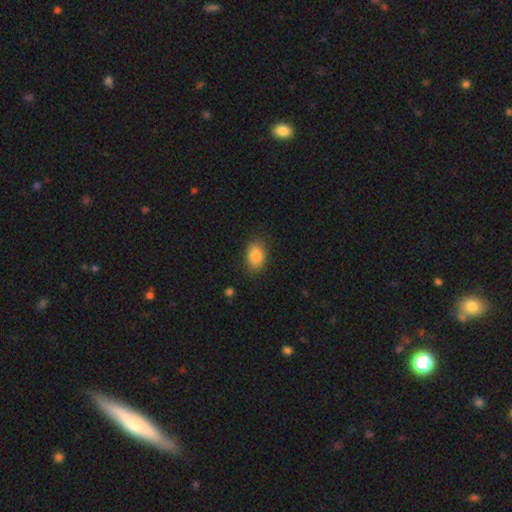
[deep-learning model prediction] Smooth or featured?
  - smooth: 87% *
  - star or artifact: 8%
  - featured or disk: 5%
How rounded?
  - in between: 82% *
  - round: 16%
  - cigar-shaped: 1%
Merging?
  - none: 83% *
  - minor disturbance: 13%
  - major disturbance: 3%
  - merger: 1%